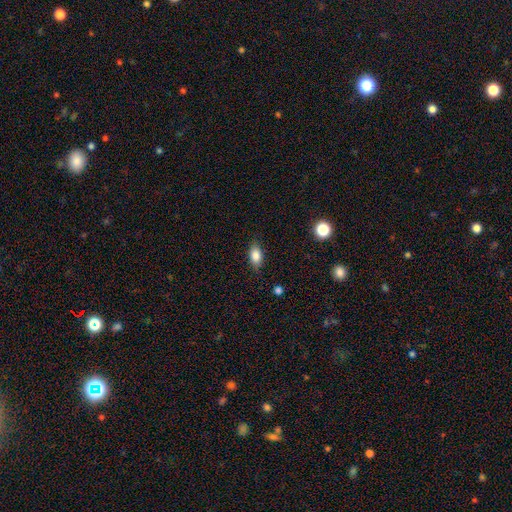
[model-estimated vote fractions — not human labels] Morphology: type=smooth (82%); roundness=in between (85%); merging=none (82%).